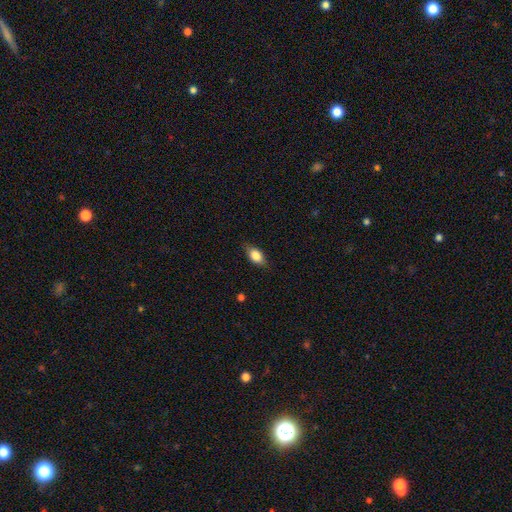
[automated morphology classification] The model was most divided on "merging": none: 81%, minor disturbance: 15%, major disturbance: 3%, merger: 1%. More confident: how rounded — in between (86%); smooth or featured — smooth (83%).